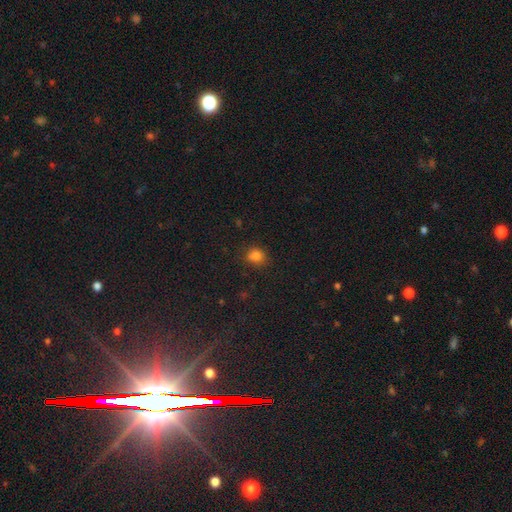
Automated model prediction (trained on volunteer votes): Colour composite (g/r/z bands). It shows a smooth galaxy with no disk features (81%) that is round (70%). Merging: none (76%).